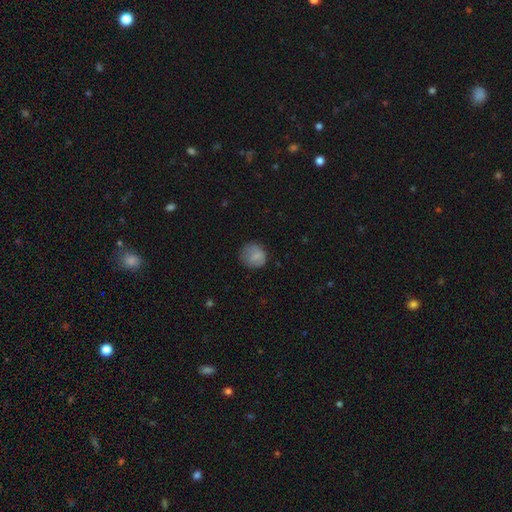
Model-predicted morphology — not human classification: Q: Smooth or featured?
A: smooth (80%); runner-up: featured or disk (11%)
Q: How rounded?
A: round (82%); runner-up: in between (17%)
Q: Merging?
A: none (68%); runner-up: minor disturbance (22%)